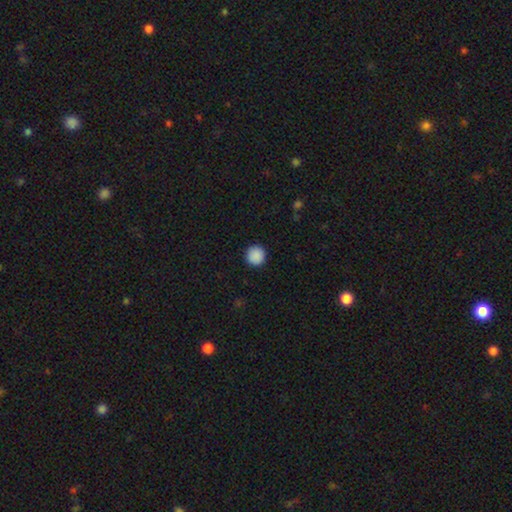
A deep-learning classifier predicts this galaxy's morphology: Overall: smooth (90%). How rounded: round (96%). Merging: none (93%).